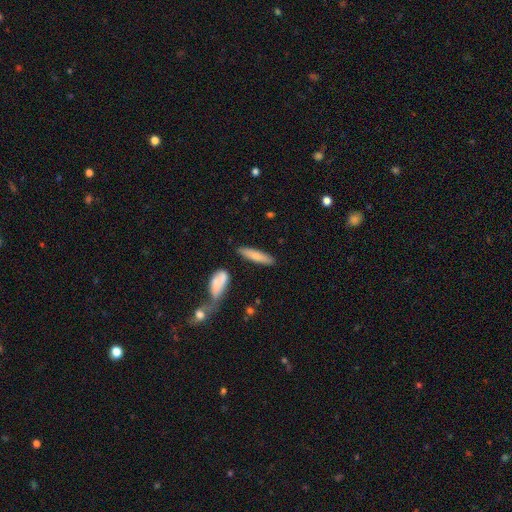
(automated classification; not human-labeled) A smooth galaxy with no disk features (73%) that is cigar-shaped (80%). Merging: none (82%).